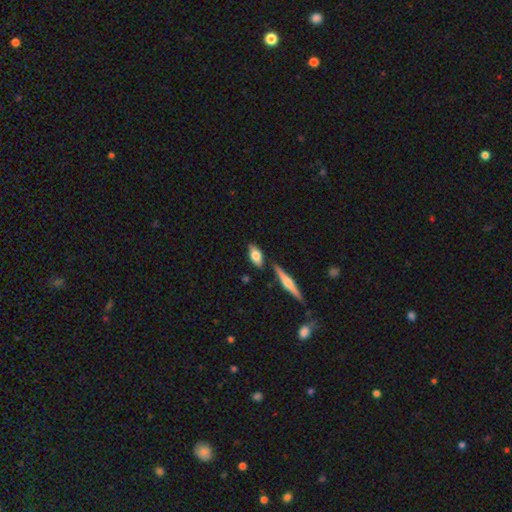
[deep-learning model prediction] Morphology: type=smooth (69%); roundness=in between (79%); merging=none (77%).